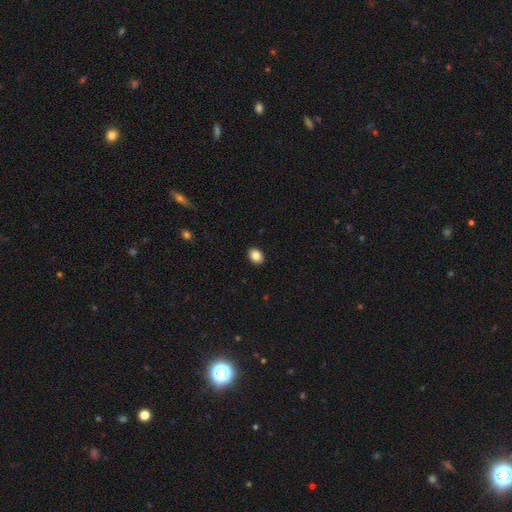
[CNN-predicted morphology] type=smooth (86%); roundness=in between (68%); merging=none (91%).